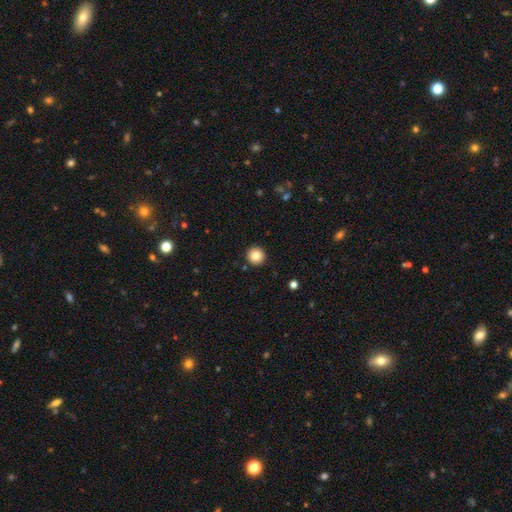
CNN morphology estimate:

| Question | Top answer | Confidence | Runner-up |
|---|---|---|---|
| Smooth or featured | smooth | 84% | star or artifact (10%) |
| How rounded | round | 96% | in between (3%) |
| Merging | none | 92% | minor disturbance (5%) |